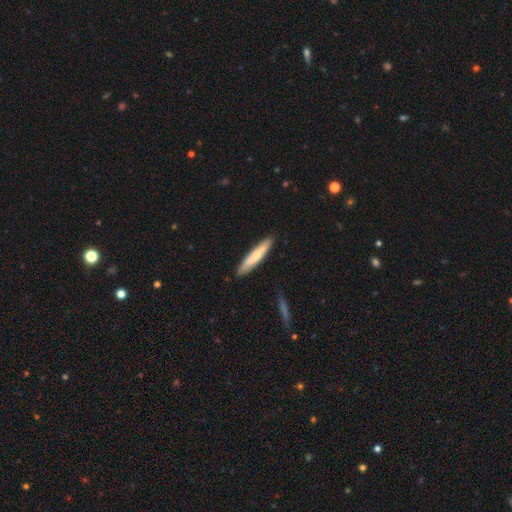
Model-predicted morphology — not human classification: This appears to be a smooth galaxy with no disk features (71%) that is cigar-shaped (91%). Merging: none (89%).